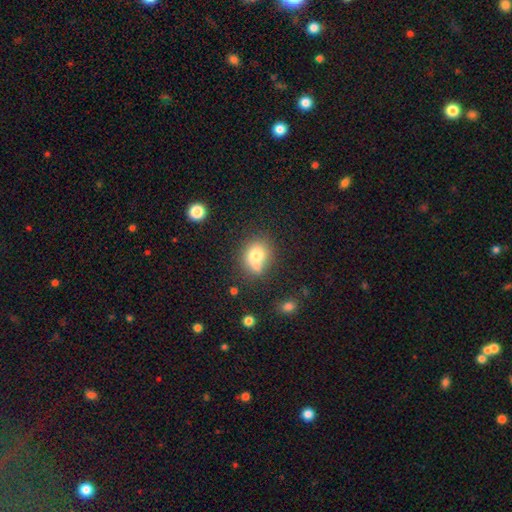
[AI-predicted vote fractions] Smooth or featured? Predicted: smooth (p=0.74). How rounded? Predicted: round (p=0.61). Merging? Predicted: none (p=0.49).